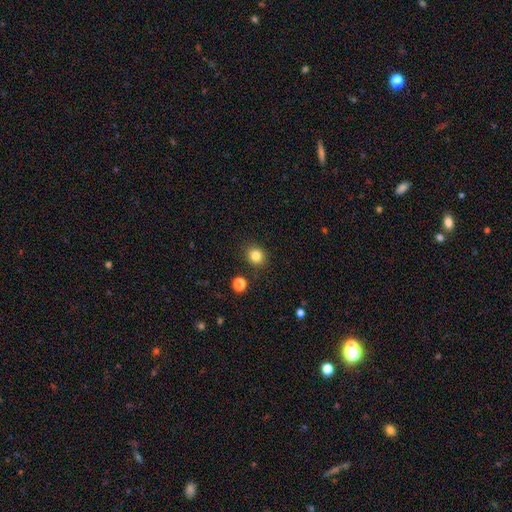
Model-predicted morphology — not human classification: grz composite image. It shows a smooth galaxy with no disk features (84%) that is round (75%). Merging: none (87%).